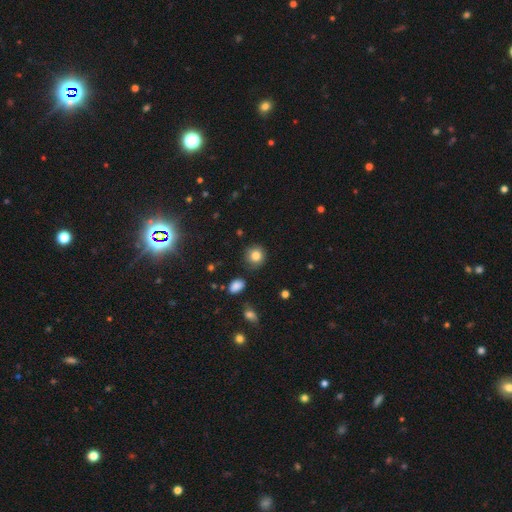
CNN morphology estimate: The model was most divided on "merging": none: 83%, minor disturbance: 12%, major disturbance: 3%, merger: 2%. More confident: how rounded — round (87%); smooth or featured — smooth (83%).